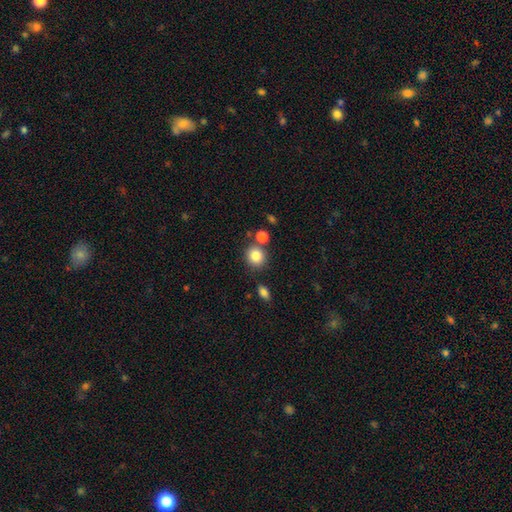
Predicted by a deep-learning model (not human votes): Smooth or featured? Predicted: smooth (p=0.84). How rounded? Predicted: round (p=0.83). Merging? Predicted: none (p=0.73).